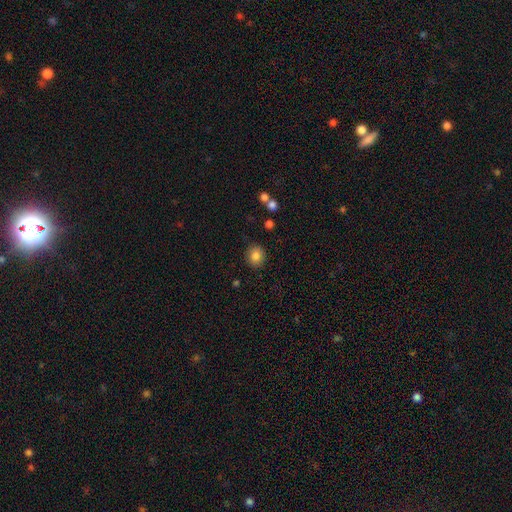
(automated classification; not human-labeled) Morphology: type=smooth (85%); roundness=round (80%); merging=none (88%).